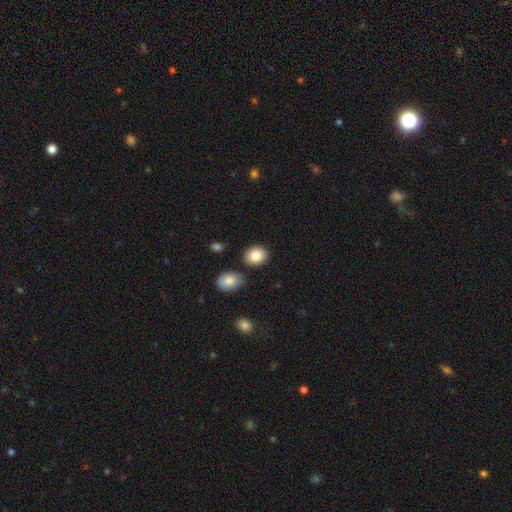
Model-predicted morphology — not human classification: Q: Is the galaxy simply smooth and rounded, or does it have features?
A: smooth — 85%.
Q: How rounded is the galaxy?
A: in between — 54%.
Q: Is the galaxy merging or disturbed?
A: none — 82%.